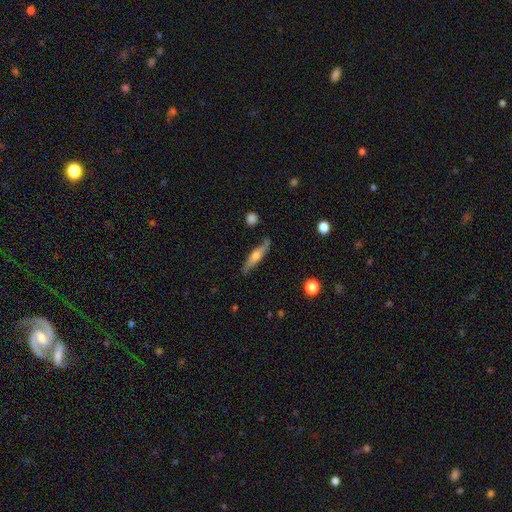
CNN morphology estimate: smooth-or-featured: featured or disk: 51% | smooth: 43% | star or artifact: 6%
  disk-edge-on: yes: 78% | no: 22%
  merging: none: 78% | minor disturbance: 16% | major disturbance: 3% | merger: 2%